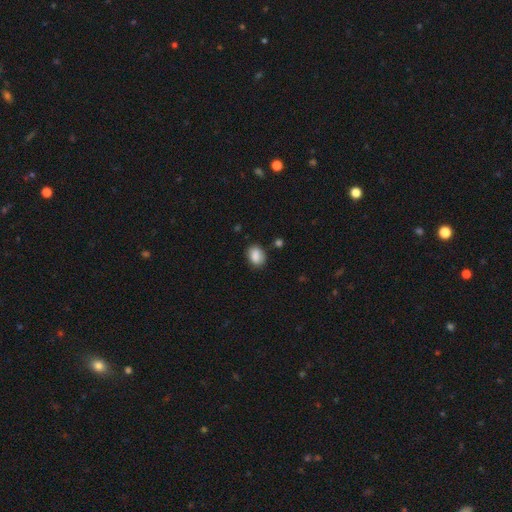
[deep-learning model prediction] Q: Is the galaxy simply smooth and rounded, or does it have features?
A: smooth — 87%.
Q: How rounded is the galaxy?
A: in between — 68%.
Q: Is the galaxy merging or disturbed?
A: none — 79%.